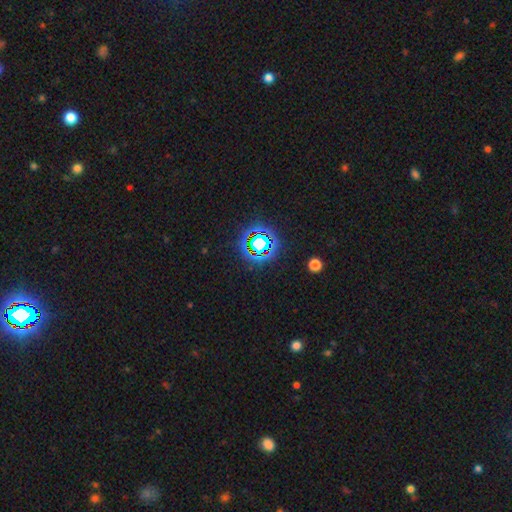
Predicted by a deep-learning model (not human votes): Q: Smooth or featured?
A: star or artifact (79%); runner-up: smooth (14%)